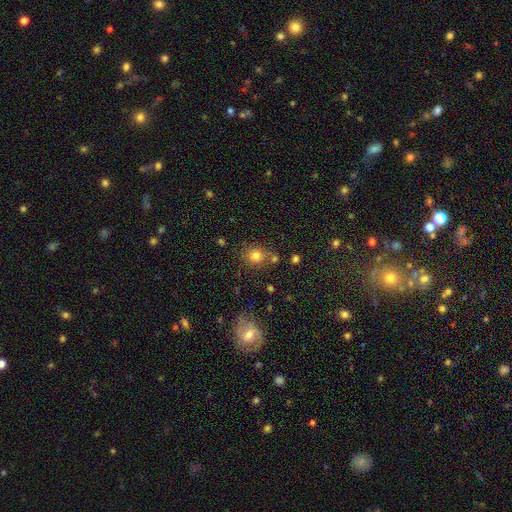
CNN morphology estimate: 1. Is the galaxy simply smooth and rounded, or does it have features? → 79% smooth, 14% star or artifact, 8% featured or disk.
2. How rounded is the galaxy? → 86% round, 13% in between, 1% cigar-shaped.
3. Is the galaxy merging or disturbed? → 70% none, 13% merger, 12% minor disturbance, 5% major disturbance.